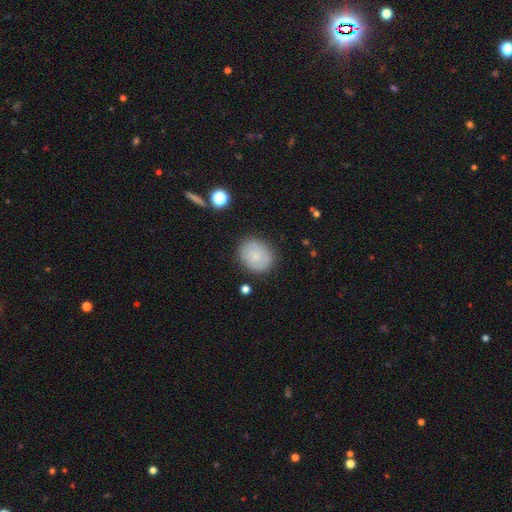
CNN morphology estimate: smooth 78%, featured or disk 14%, star or artifact 8%. Down the decision tree: how rounded — round (60%); merging — none (84%).